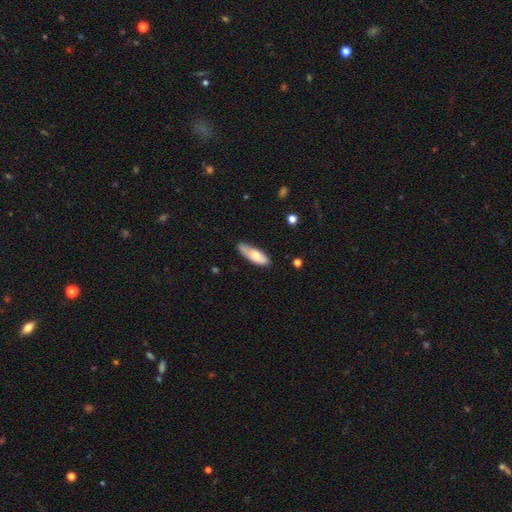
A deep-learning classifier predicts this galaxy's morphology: Overall: smooth (66%; featured or disk 28%). How rounded: in between (63%; cigar-shaped 35%). Merging: none (64%; minor disturbance 27%).